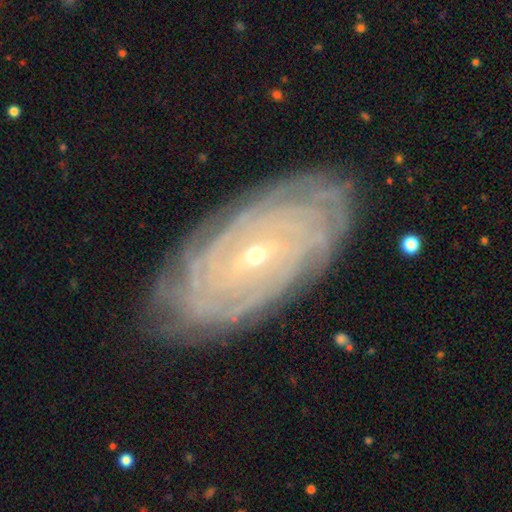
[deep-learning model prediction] This is clearly a featured or disk galaxy (88%). It is clearly not viewed edge-on (93%). Bar: marginally weak (41%). Spiral arm pattern: clearly yes (96%). Spiral arm count: marginally can't tell (34%). Spiral winding: clearly tight (84%). Central bulge: likely small (75%). Merging: likely none (80%).